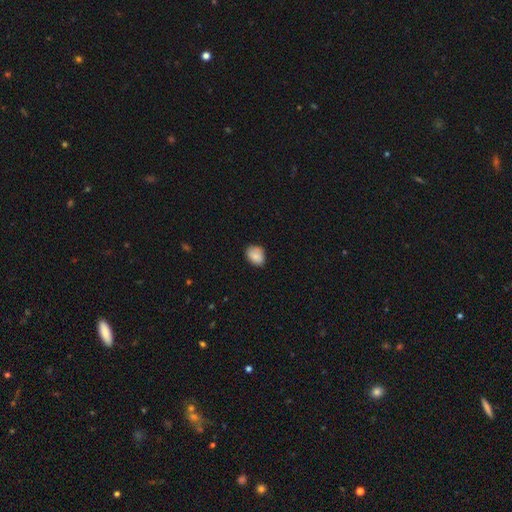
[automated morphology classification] The model was most divided on "how rounded": in between: 65%, round: 34%, cigar-shaped: 1%. More confident: smooth or featured — smooth (85%); merging — none (77%).